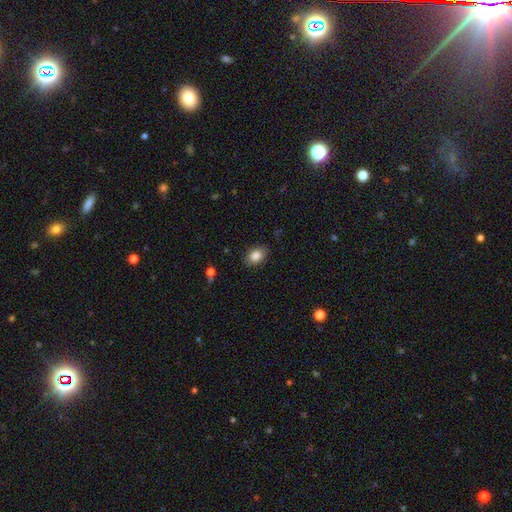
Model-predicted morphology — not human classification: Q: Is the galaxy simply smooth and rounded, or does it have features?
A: smooth — 85%.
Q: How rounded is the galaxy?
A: in between — 79%.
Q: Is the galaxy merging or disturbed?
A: none — 86%.